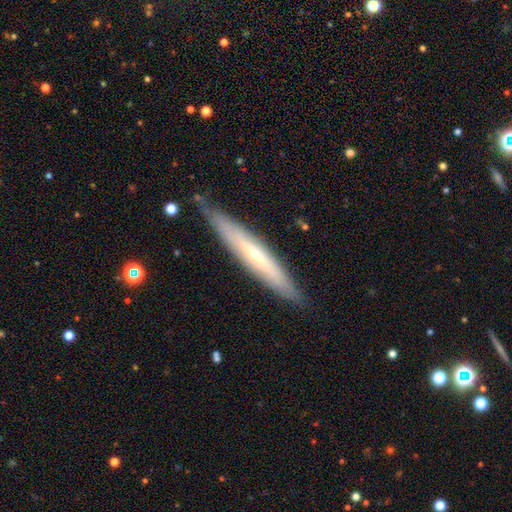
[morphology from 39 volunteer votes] smooth-or-featured: smooth: 51% | featured or disk: 44% | star or artifact: 5%
  how-rounded: cigar-shaped: 85% | in between: 15% | round: 0%
  merging: none: 86% | minor disturbance: 14% | major disturbance: 0% | merger: 0%